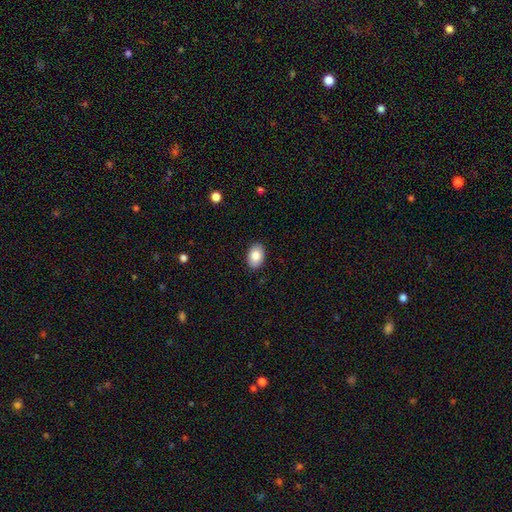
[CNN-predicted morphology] smooth 85%, featured or disk 9%, star or artifact 7%. Down the decision tree: how rounded — in between (87%); merging — none (89%).